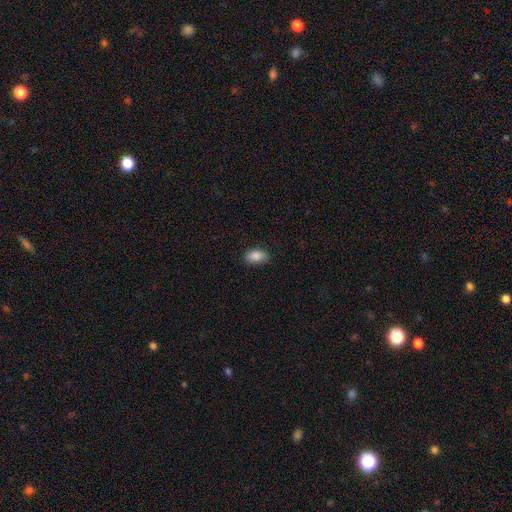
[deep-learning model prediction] Q: Smooth or featured?
A: smooth (87%); runner-up: star or artifact (7%)
Q: How rounded?
A: in between (90%); runner-up: round (9%)
Q: Merging?
A: none (84%); runner-up: minor disturbance (13%)